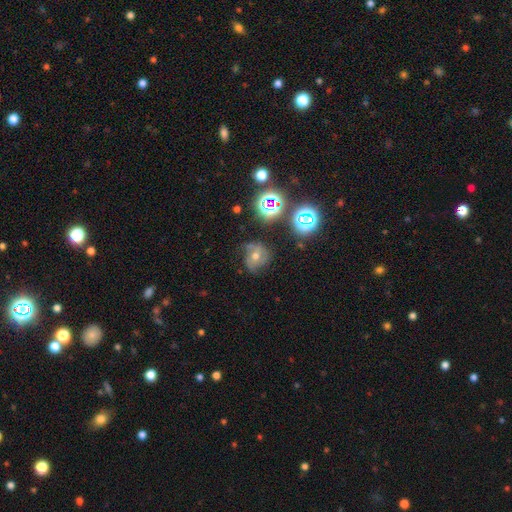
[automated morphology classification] A featured or disk galaxy (50%). Merging: none (61%).